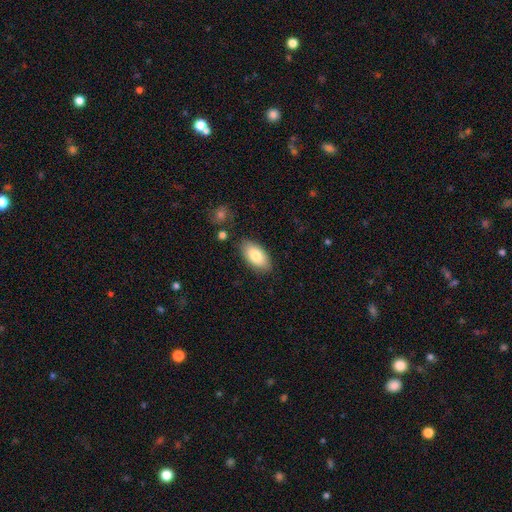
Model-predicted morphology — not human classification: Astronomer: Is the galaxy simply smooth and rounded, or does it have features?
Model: smooth — 81%.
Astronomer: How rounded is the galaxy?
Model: in between — 94%.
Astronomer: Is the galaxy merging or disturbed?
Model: none — 83%.